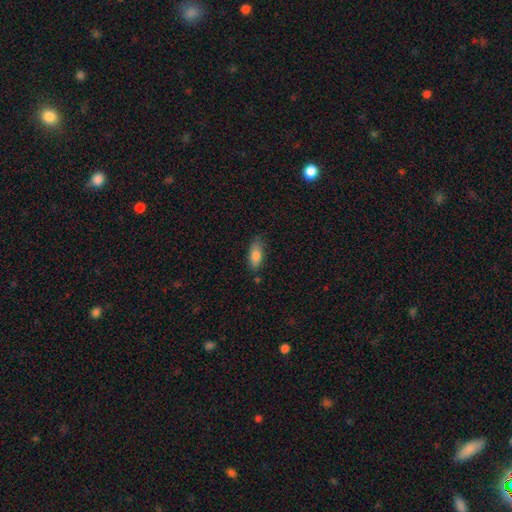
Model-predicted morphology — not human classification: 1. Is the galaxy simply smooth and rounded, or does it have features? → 81% smooth, 11% featured or disk, 7% star or artifact.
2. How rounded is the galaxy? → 78% in between, 20% cigar-shaped, 2% round.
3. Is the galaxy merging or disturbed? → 73% none, 21% minor disturbance, 4% major disturbance, 3% merger.